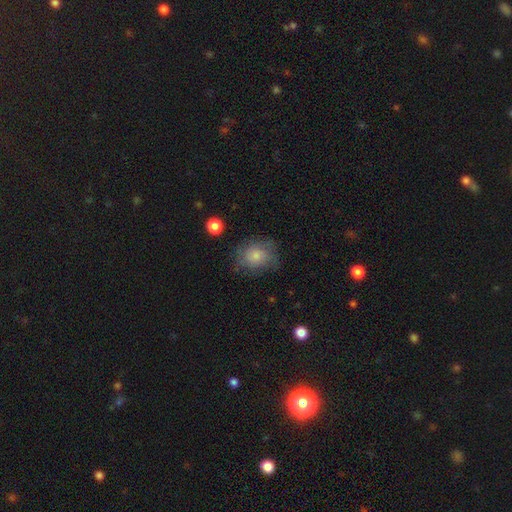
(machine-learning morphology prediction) A smooth galaxy with no disk features (74%) that is round (66%). Merging: none (67%).